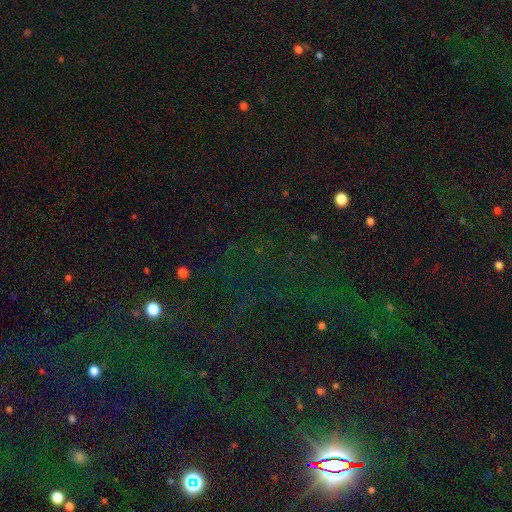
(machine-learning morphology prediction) The model was most divided on "smooth or featured": star or artifact: 78%, smooth: 13%, featured or disk: 9%.